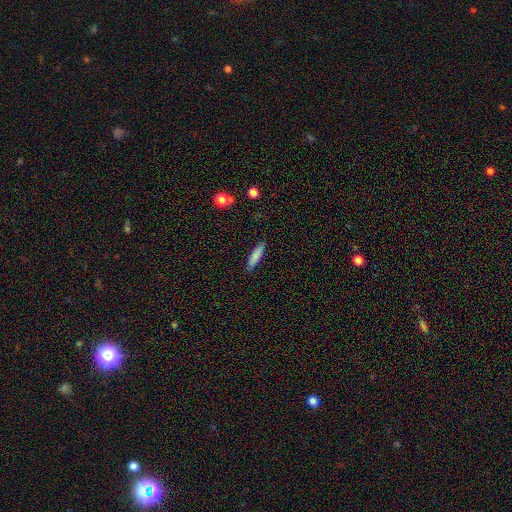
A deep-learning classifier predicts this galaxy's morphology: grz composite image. It shows a smooth galaxy with no disk features (81%) that is cigar-shaped (70%). Merging: none (87%).